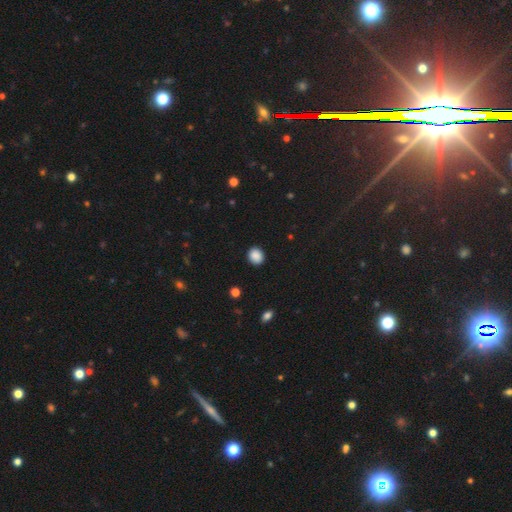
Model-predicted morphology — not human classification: Smooth or featured? smooth (89%)
How rounded? round (72%)
Merging? none (90%)